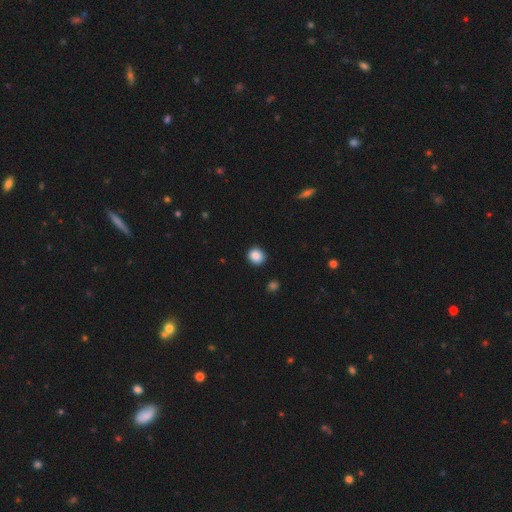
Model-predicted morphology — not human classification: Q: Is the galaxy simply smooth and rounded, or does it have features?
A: smooth — 88%.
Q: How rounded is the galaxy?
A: round — 80%.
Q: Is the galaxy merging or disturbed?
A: none — 90%.